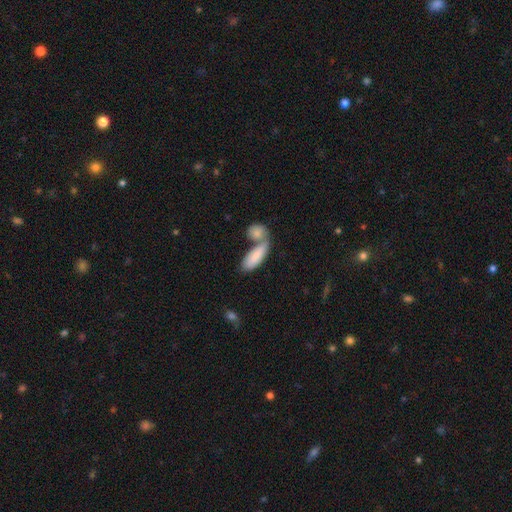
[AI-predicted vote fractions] This appears to be a smooth galaxy with no disk features (84%) that is in between round and cigar-shaped (75%). Merging: merger (50%).